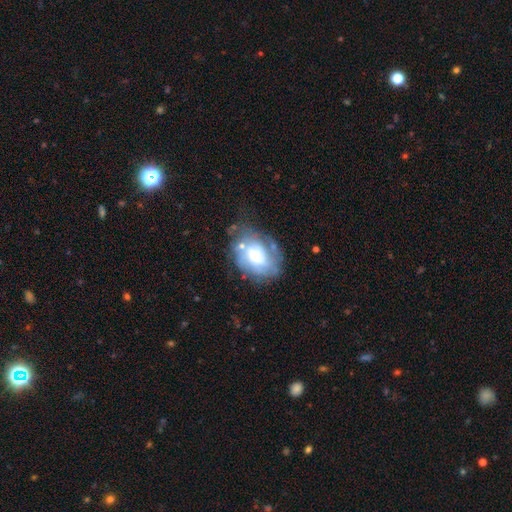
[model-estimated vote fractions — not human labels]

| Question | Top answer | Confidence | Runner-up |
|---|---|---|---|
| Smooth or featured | featured or disk | 57% | smooth (34%) |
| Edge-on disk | no | 97% | yes (3%) |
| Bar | no | 71% | weak (24%) |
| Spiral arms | yes | 66% | no (34%) |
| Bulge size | moderate | 33% | small (29%) |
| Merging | none | 48% | minor disturbance (26%) |